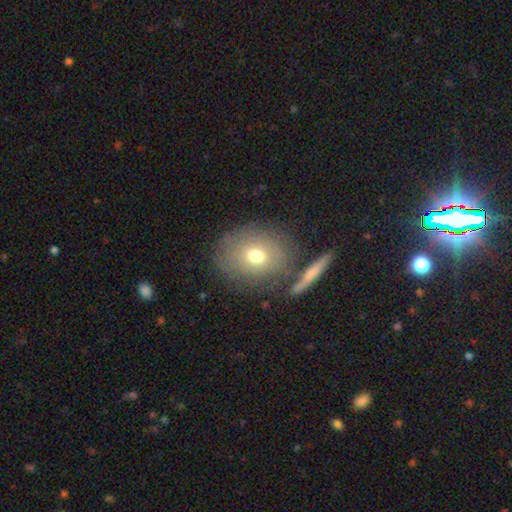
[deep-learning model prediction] Q: Smooth or featured?
A: smooth (64%); runner-up: featured or disk (26%)
Q: How rounded?
A: round (52%); runner-up: in between (46%)
Q: Merging?
A: none (72%); runner-up: minor disturbance (14%)